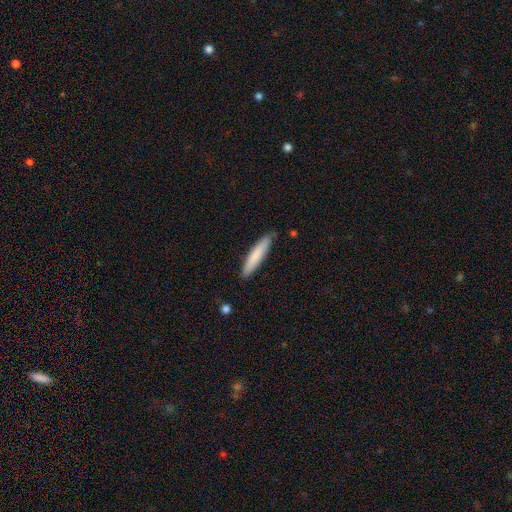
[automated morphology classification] Smooth or featured: smooth — 78% (featured or disk — 16%)
How rounded: cigar-shaped — 89% (in between — 10%)
Merging: none — 84% (minor disturbance — 13%)